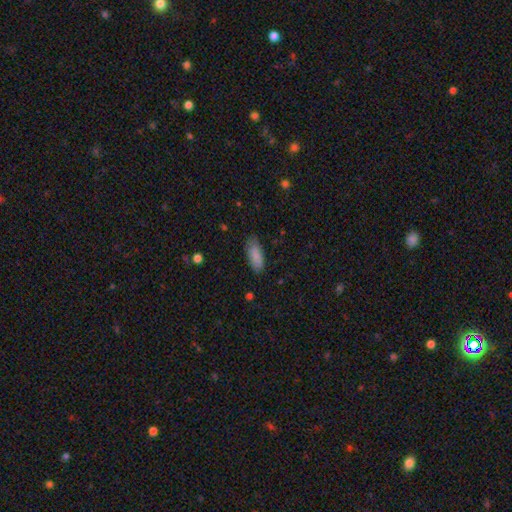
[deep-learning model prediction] The model was most divided on "merging": none: 75%, minor disturbance: 20%, major disturbance: 4%, merger: 1%. More confident: smooth or featured — smooth (87%); how rounded — in between (80%).